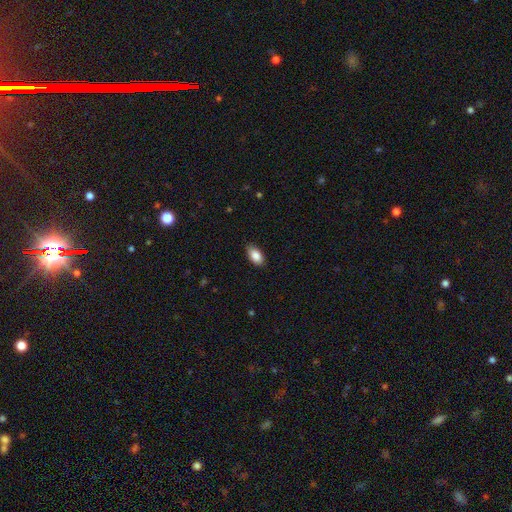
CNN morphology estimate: The model was most divided on "merging": none: 83%, minor disturbance: 14%, major disturbance: 2%, merger: 1%. More confident: how rounded — in between (93%); smooth or featured — smooth (87%).